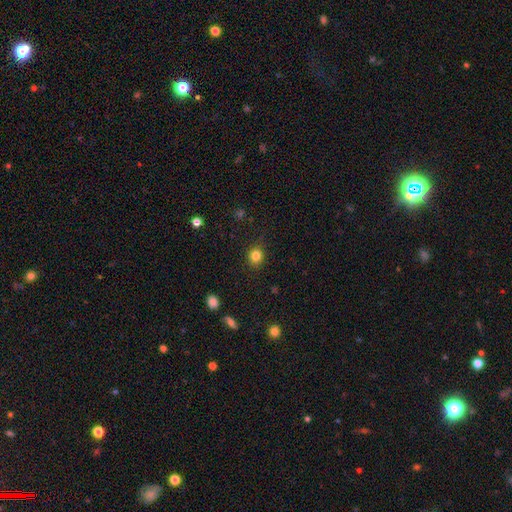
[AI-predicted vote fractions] A smooth galaxy with no disk features (82%) that is round (76%). Merging: none (88%).